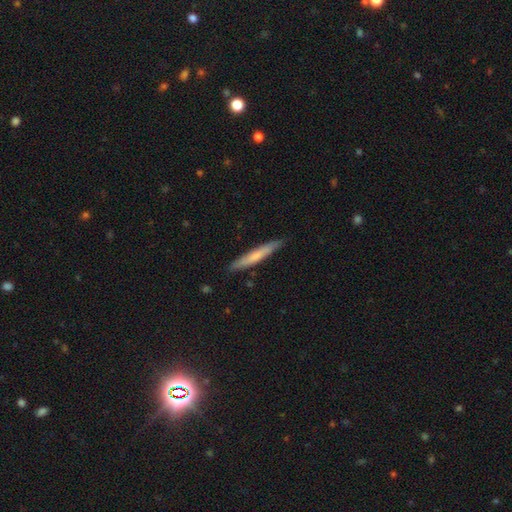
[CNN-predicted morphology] smooth 62%, featured or disk 33%, star or artifact 5%. Down the decision tree: how rounded — cigar-shaped (95%); merging — none (87%).